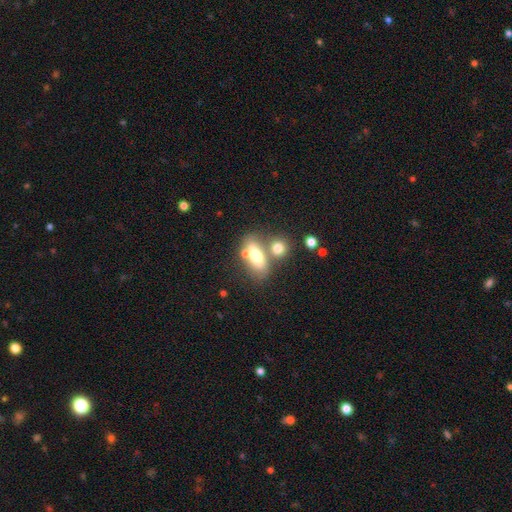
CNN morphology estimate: Smooth or featured? smooth (64%)
How rounded? in between (72%)
Merging? none (48%)